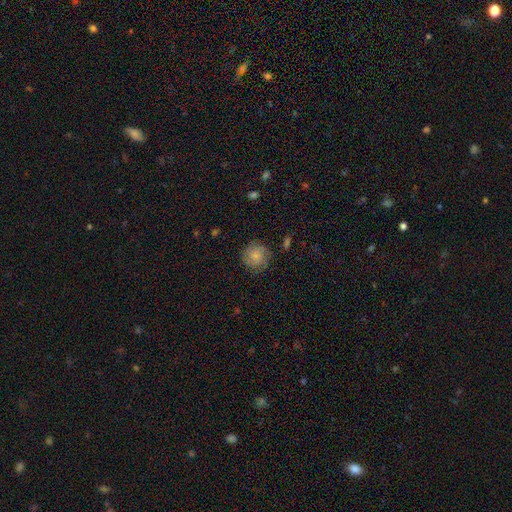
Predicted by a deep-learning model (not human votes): This appears to be a smooth galaxy with no disk features (65%) that is round (91%). Merging: none (78%).